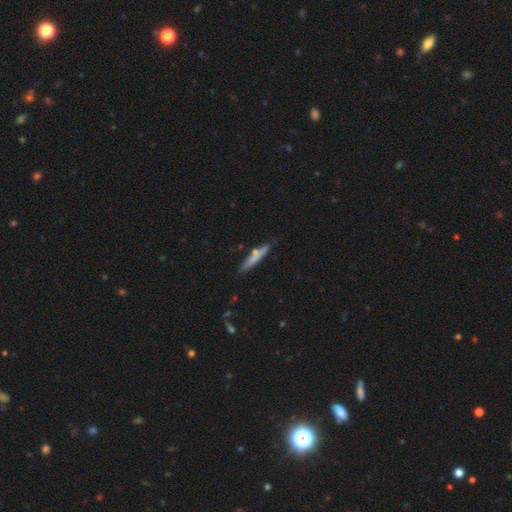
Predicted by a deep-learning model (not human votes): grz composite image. It shows a smooth galaxy with no disk features (61%) that is cigar-shaped (91%). Merging: none (76%).